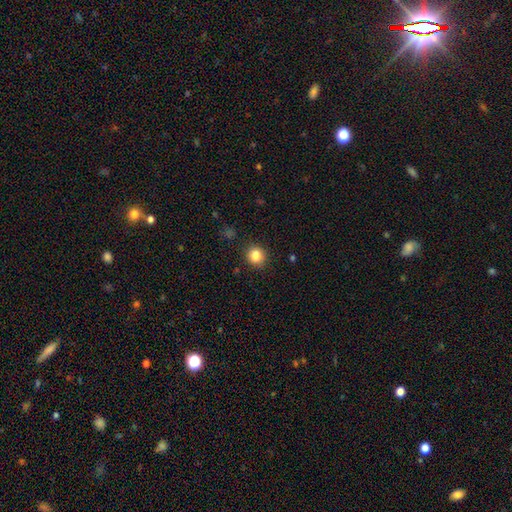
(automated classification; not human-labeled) smooth_or_featured: smooth (p=0.84) [alt: star or artifact p=0.11]
how_rounded: round (p=0.87) [alt: in between p=0.12]
merging: none (p=0.90) [alt: minor disturbance p=0.06]